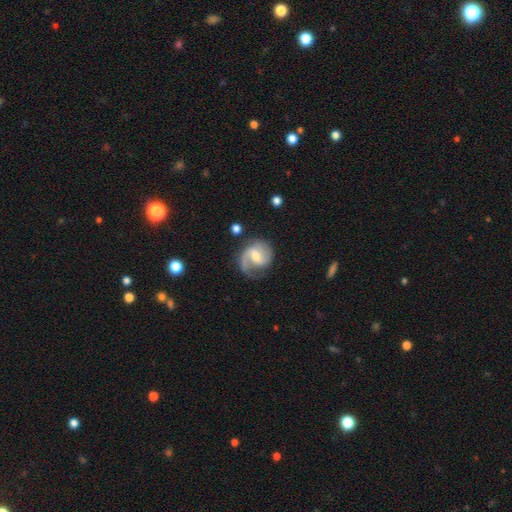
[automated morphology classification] This is clearly a featured or disk galaxy (82%). It is clearly not viewed edge-on (98%). Bar: possibly weak (55%). Spiral arm pattern: clearly yes (96%). Spiral arm count: likely 2 (61%). Spiral winding: possibly medium (49%). Central bulge: possibly moderate (54%). Merging: likely none (64%).